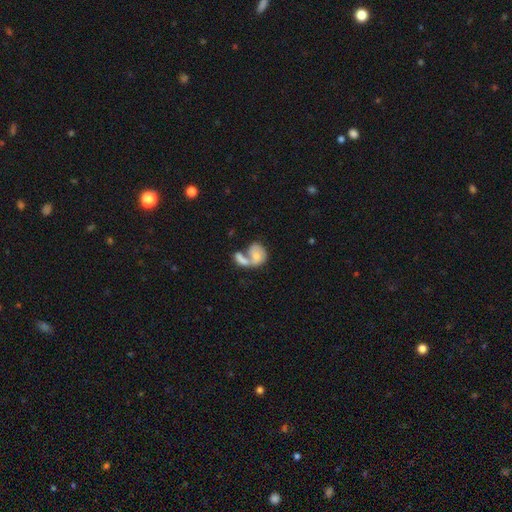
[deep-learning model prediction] Smooth or featured? Predicted: smooth (p=0.52). How rounded? Predicted: in between (p=0.57). Merging? Predicted: merger (p=0.64).